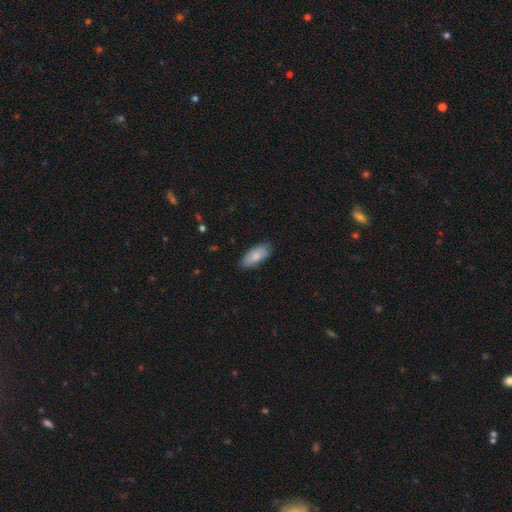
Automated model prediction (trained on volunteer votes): The model was most divided on "merging": none: 84%, minor disturbance: 13%, major disturbance: 2%, merger: 1%. More confident: how rounded — in between (86%); smooth or featured — smooth (83%).